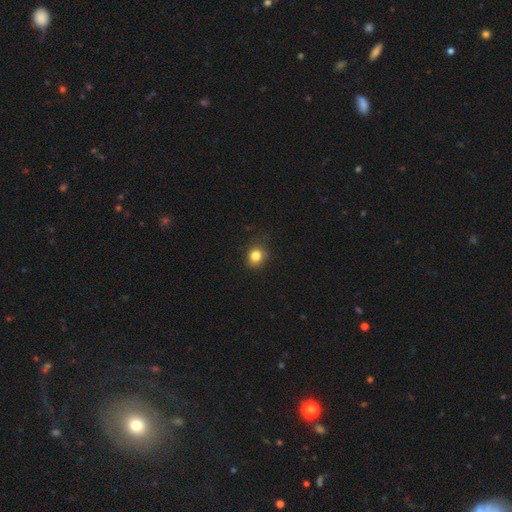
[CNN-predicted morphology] Smooth or featured: smooth — 83% (star or artifact — 11%)
How rounded: round — 72% (in between — 27%)
Merging: none — 79% (minor disturbance — 16%)